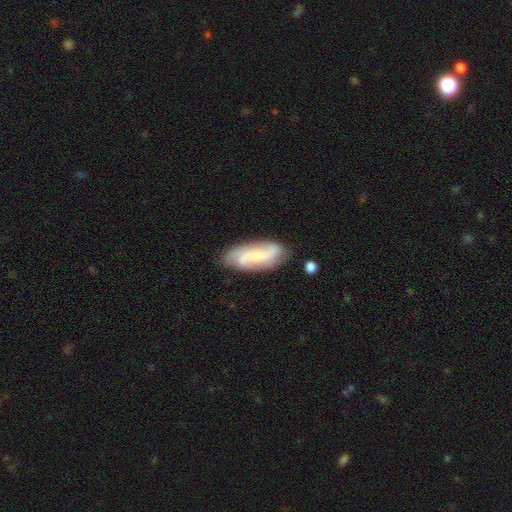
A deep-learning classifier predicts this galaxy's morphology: The model was most divided on "bar": weak: 41%, no: 40%, strong: 19%. Remaining: spiral arms — yes (92%); edge-on disk — no (90%); merging — none (78%); spiral arm count — 2 (68%); smooth or featured — featured or disk (66%); bulge size — small (54%); spiral winding — loose (41%).